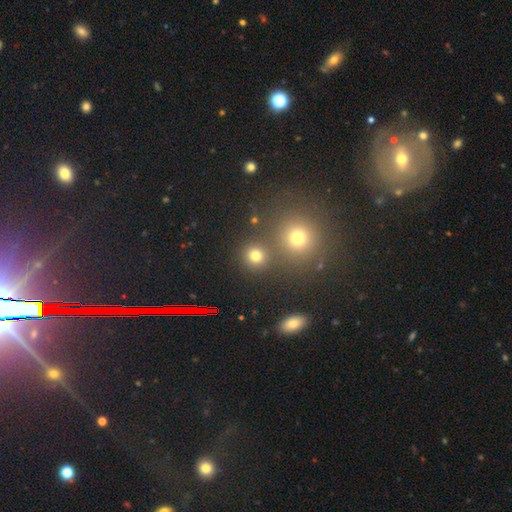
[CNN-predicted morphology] smooth-or-featured: smooth: 74% | star or artifact: 20% | featured or disk: 6%
  how-rounded: round: 91% | in between: 8% | cigar-shaped: 1%
  merging: none: 79% | merger: 12% | minor disturbance: 6% | major disturbance: 3%